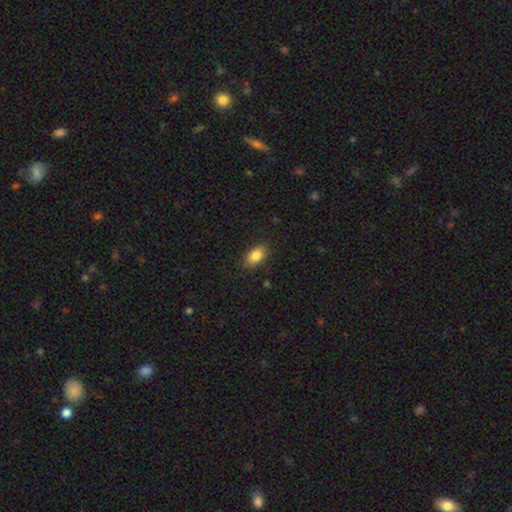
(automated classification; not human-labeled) The model was most divided on "merging": none: 85%, minor disturbance: 11%, major disturbance: 3%, merger: 1%. More confident: how rounded — in between (89%); smooth or featured — smooth (85%).